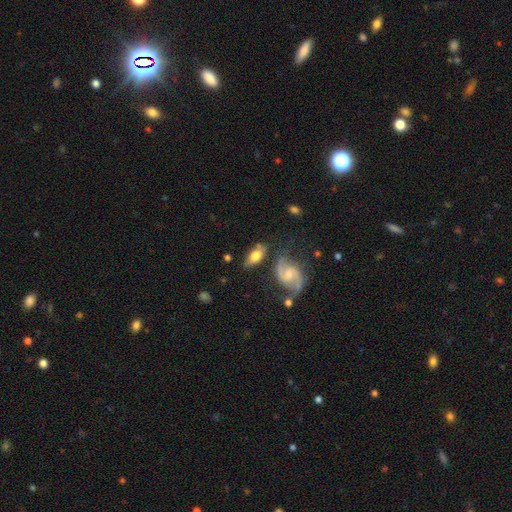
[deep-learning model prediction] This is possibly a smooth galaxy (47%). Merging: likely none (63%).